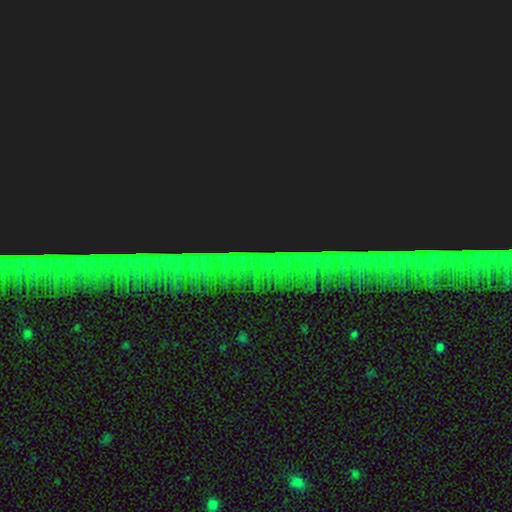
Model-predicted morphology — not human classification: Smooth or featured? Predicted: star or artifact (p=0.84).